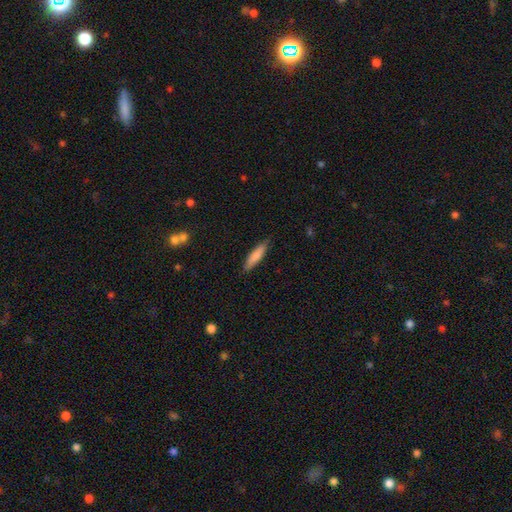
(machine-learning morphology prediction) Smooth or featured? Predicted: smooth (p=0.81). How rounded? Predicted: cigar-shaped (p=0.78). Merging? Predicted: none (p=0.85).